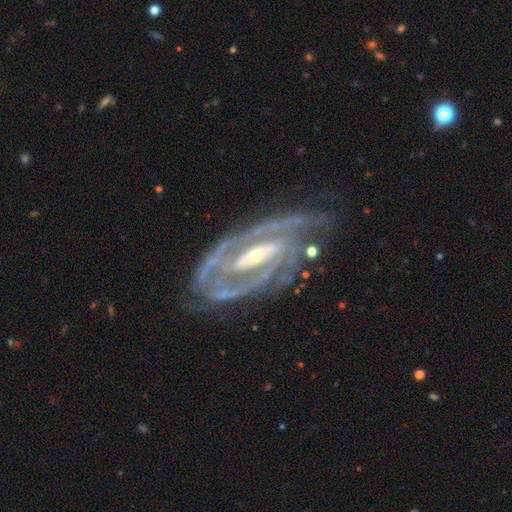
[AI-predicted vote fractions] Smooth or featured? Predicted: featured or disk (p=0.91). Edge-on disk? Predicted: no (p=0.94). Bar? Predicted: strong (p=0.52). Spiral arms? Predicted: yes (p=0.97). Spiral winding? Predicted: tight (p=0.61). Spiral arm count? Predicted: 2 (p=0.57). Bulge size? Predicted: small (p=0.58). Merging? Predicted: none (p=0.71).